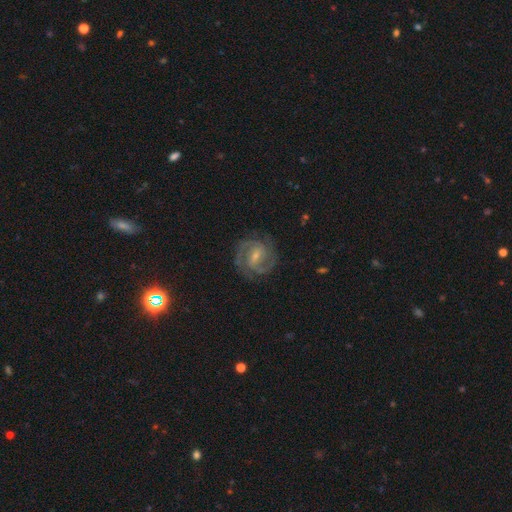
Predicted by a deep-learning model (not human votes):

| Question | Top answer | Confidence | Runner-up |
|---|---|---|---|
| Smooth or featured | featured or disk | 85% | star or artifact (8%) |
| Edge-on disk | no | 98% | yes (2%) |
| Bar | weak | 55% | strong (24%) |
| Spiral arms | yes | 97% | no (3%) |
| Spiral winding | tight | 50% | medium (43%) |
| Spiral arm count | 2 | 59% | 3 (18%) |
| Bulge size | small | 62% | moderate (30%) |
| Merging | none | 82% | minor disturbance (12%) |